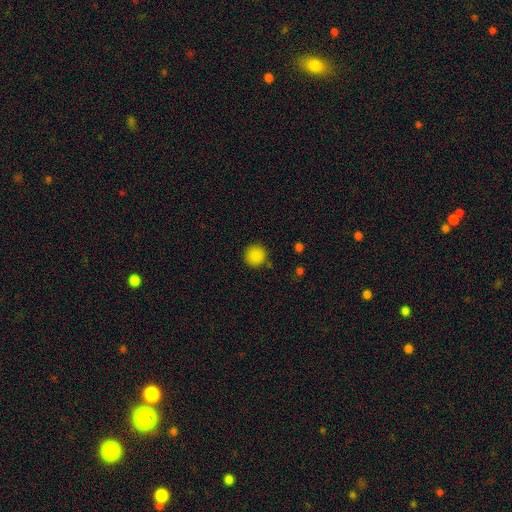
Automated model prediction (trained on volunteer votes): A smooth galaxy with no disk features (87%) that is round (94%).

Vote fractions:
- Smooth or featured? smooth: 87% / star or artifact: 10% / featured or disk: 3%
- How rounded? round: 94% / in between: 5% / cigar-shaped: 1%
- Merging? none: 87% / minor disturbance: 8% / major disturbance: 3% / merger: 2%